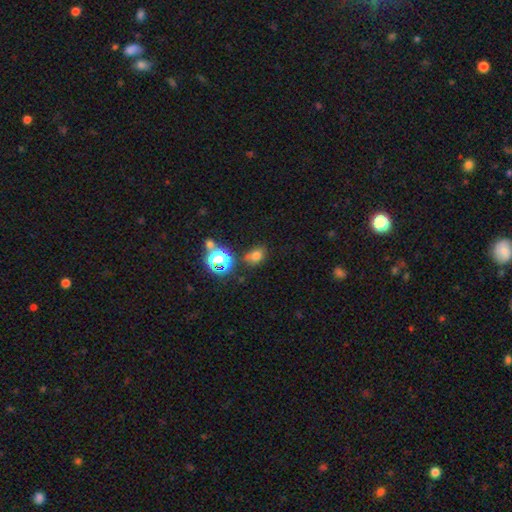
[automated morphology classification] smooth_or_featured: smooth (p=0.67) [alt: star or artifact p=0.25]
how_rounded: in between (p=0.65) [alt: round p=0.33]
merging: none (p=0.71) [alt: minor disturbance p=0.17]